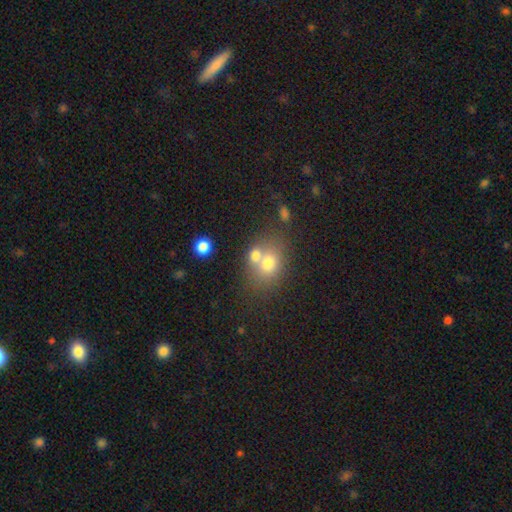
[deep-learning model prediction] Smooth or featured? Predicted: smooth (p=0.69). How rounded? Predicted: in between (p=0.50). Merging? Predicted: merger (p=0.49).